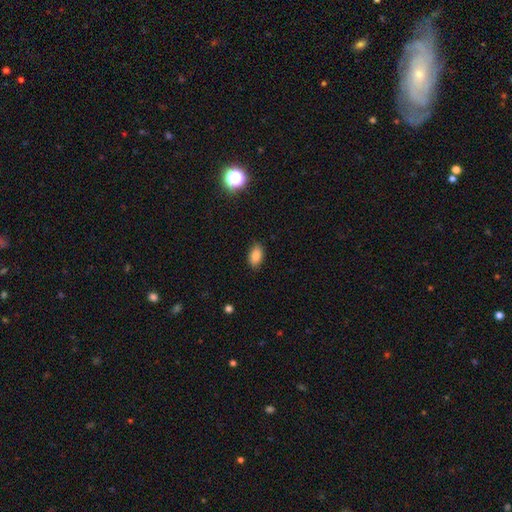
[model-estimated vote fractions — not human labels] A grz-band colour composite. It shows a smooth galaxy with no disk features (84%) that is in between round and cigar-shaped (90%). Merging: none (84%).